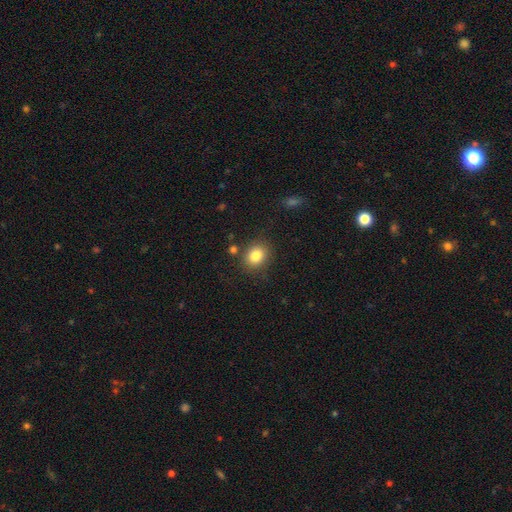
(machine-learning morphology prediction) This appears to be a smooth galaxy with no disk features (83%) that is round (63%). Merging: none (82%).